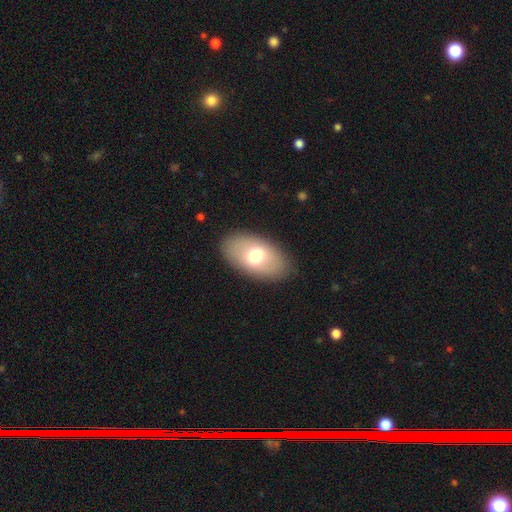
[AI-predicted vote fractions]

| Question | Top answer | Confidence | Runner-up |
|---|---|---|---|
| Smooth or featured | smooth | 67% | featured or disk (26%) |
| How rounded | in between | 92% | round (7%) |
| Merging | none | 86% | minor disturbance (9%) |